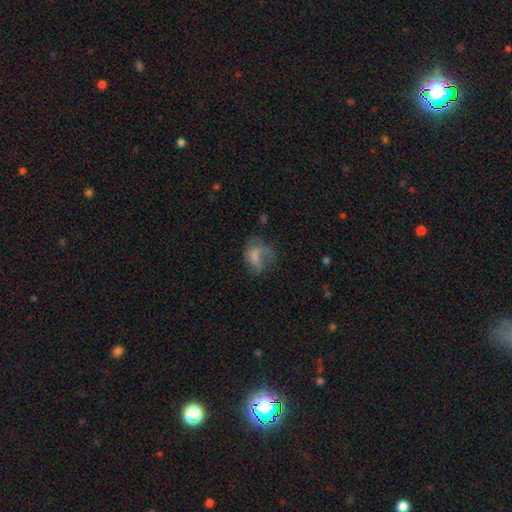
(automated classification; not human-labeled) The model was most divided on "smooth or featured": smooth: 50%, featured or disk: 38%, star or artifact: 12%. Remaining: merging — major disturbance (46%).